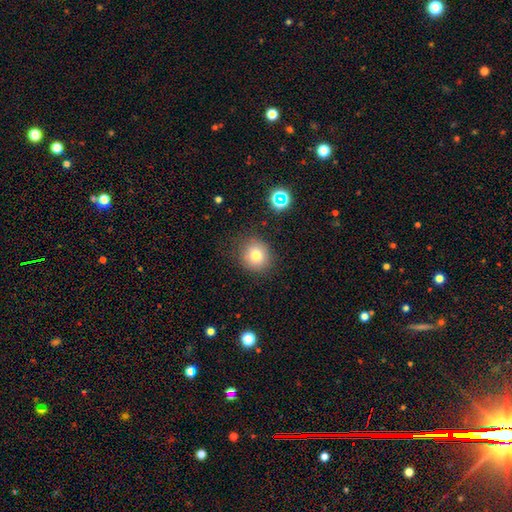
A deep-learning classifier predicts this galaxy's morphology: Smooth or featured? Predicted: smooth (p=0.77). How rounded? Predicted: round (p=0.87). Merging? Predicted: none (p=0.84).